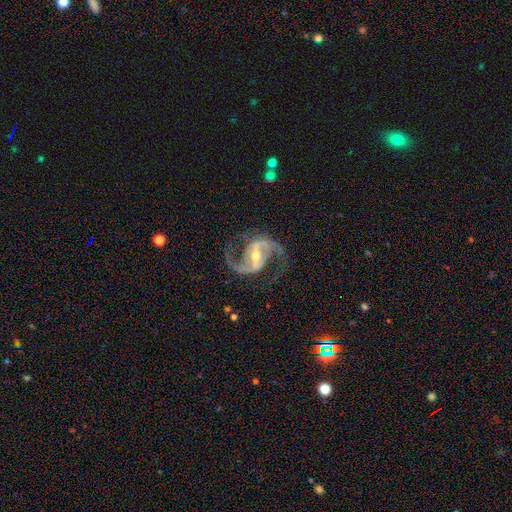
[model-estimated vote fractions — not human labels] A featured or disk galaxy (93%) with a strong bar (56%), 2 (94%) medium (59%) spiral arms (98%) and a moderate central bulge (53%). Merging: none (80%).